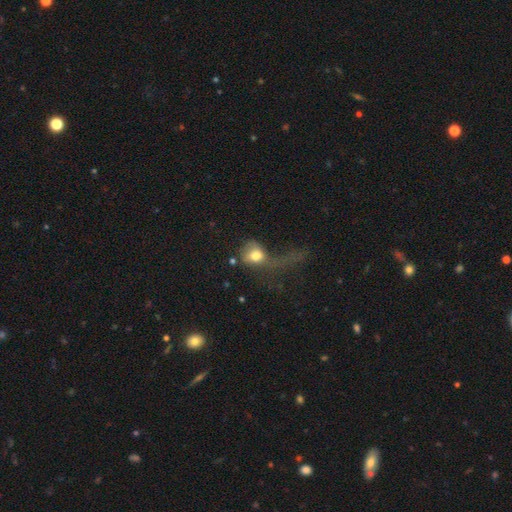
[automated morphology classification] Overall: smooth (71%). How rounded: round (56%; in between 41%). Merging: major disturbance (63%).